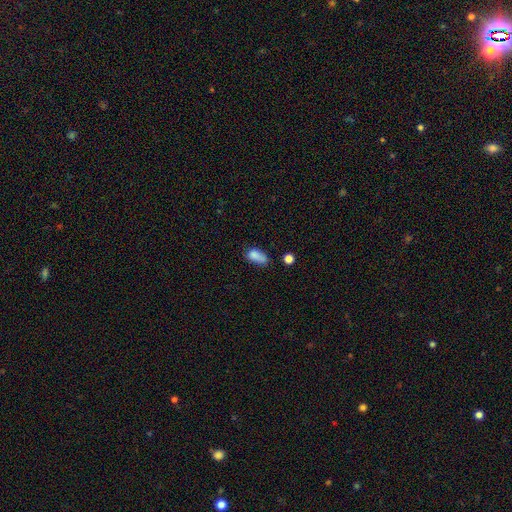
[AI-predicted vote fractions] Smooth or featured: smooth — 82% (star or artifact — 10%)
How rounded: in between — 87% (round — 7%)
Merging: none — 43% (minor disturbance — 33%)